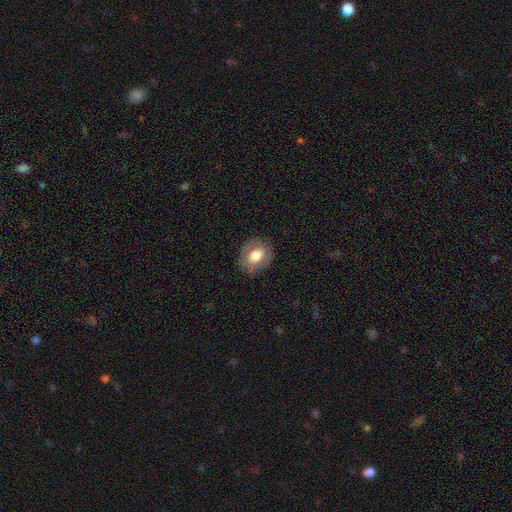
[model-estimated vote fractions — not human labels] Morphology: type=smooth (62%); roundness=in between (56%); merging=none (80%).